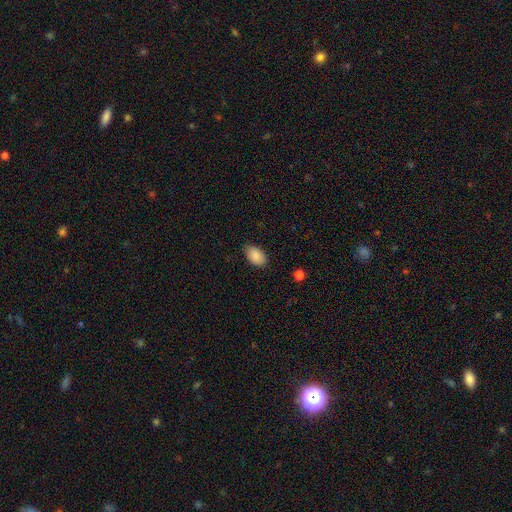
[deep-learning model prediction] A smooth galaxy with no disk features (88%) that is in between round and cigar-shaped (92%).

Vote fractions:
- Smooth or featured? smooth: 88% / star or artifact: 7% / featured or disk: 4%
- How rounded? in between: 92% / round: 7% / cigar-shaped: 1%
- Merging? none: 83% / minor disturbance: 14% / major disturbance: 3% / merger: 1%